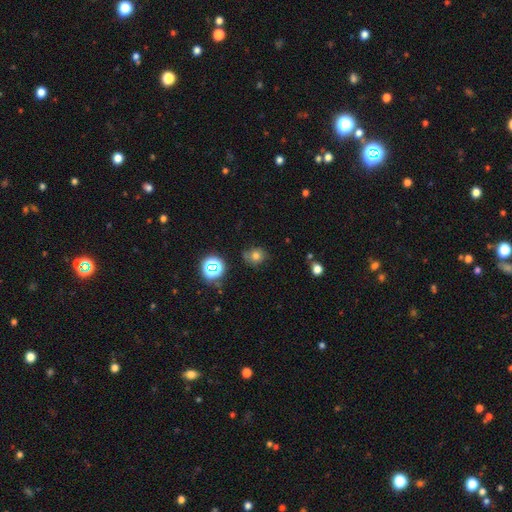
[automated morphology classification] This appears to be a smooth galaxy with no disk features (66%) that is round (77%). Merging: none (68%).